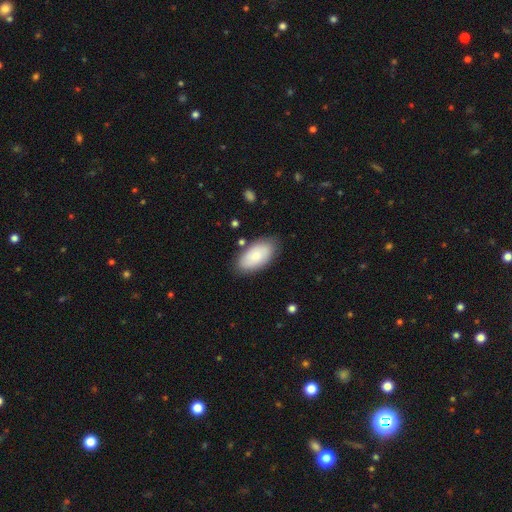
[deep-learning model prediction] Morphology: type=smooth (78%); roundness=in between (95%); merging=none (81%).